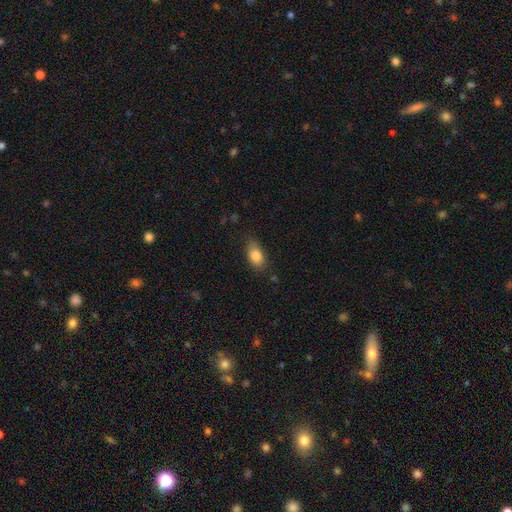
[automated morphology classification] The model was most divided on "merging": none: 78%, minor disturbance: 17%, major disturbance: 4%, merger: 1%. More confident: how rounded — in between (86%); smooth or featured — smooth (83%).